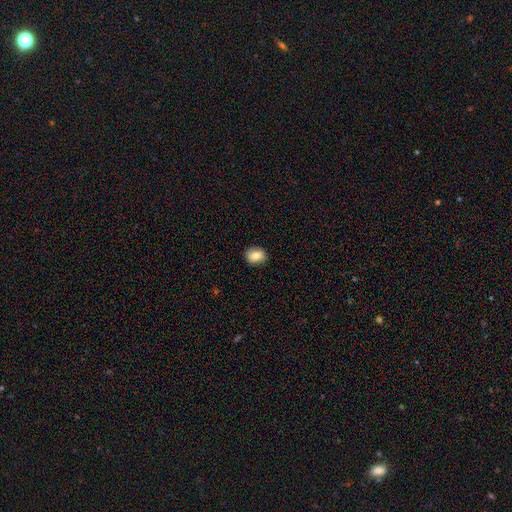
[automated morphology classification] This appears to be a smooth galaxy with no disk features (82%) that is in between round and cigar-shaped (52%). Merging: none (88%).